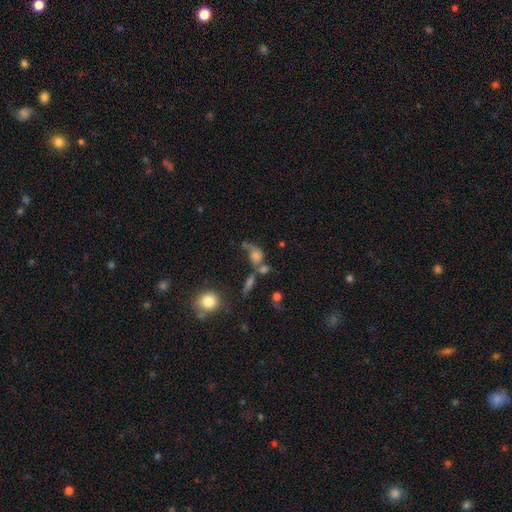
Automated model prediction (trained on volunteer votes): A smooth galaxy with no disk features (53%) that is in between round and cigar-shaped (52%).

Vote fractions:
- Smooth or featured? smooth: 53% / featured or disk: 28% / star or artifact: 19%
- How rounded? in between: 52% / round: 41% / cigar-shaped: 7%
- Merging? merger: 34% / none: 30% / major disturbance: 21% / minor disturbance: 15%